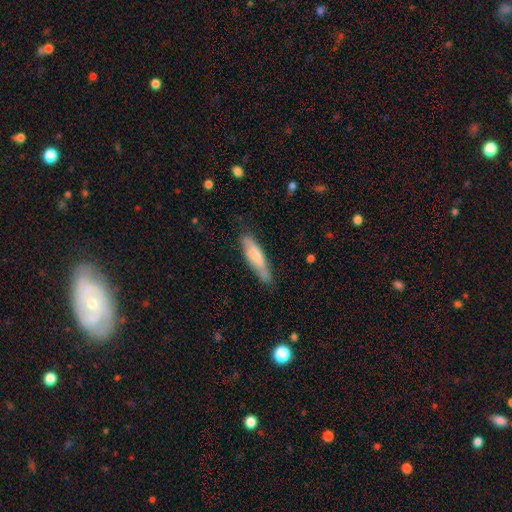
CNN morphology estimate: Q: Smooth or featured?
A: smooth (68%); runner-up: featured or disk (26%)
Q: How rounded?
A: cigar-shaped (76%); runner-up: in between (23%)
Q: Merging?
A: none (76%); runner-up: minor disturbance (19%)